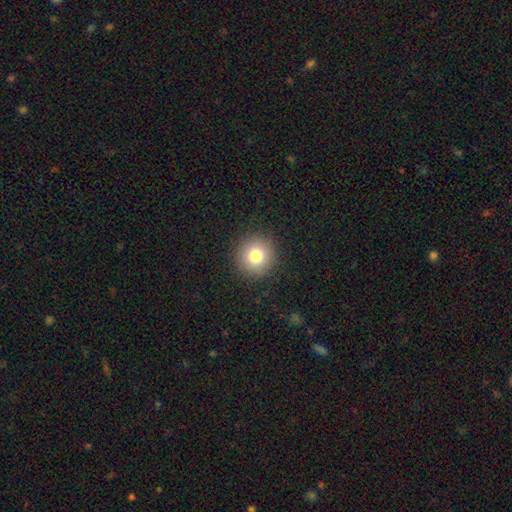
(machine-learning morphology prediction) smooth-or-featured: smooth: 80% | star or artifact: 11% | featured or disk: 9%
  how-rounded: round: 94% | in between: 5% | cigar-shaped: 1%
  merging: none: 91% | minor disturbance: 6% | major disturbance: 2% | merger: 1%